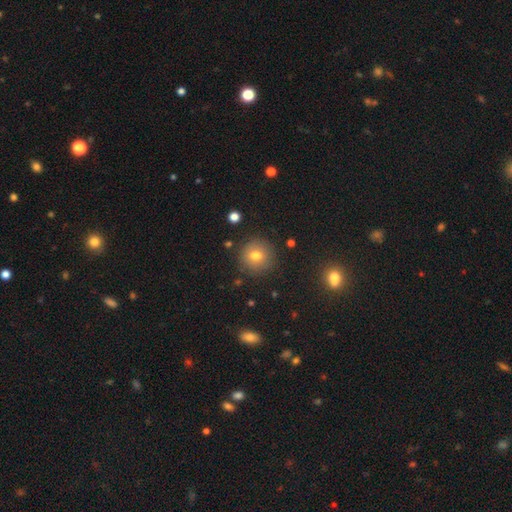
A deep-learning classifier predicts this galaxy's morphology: smooth-or-featured: smooth: 73% | star or artifact: 14% | featured or disk: 13%
  how-rounded: round: 94% | in between: 6% | cigar-shaped: 1%
  merging: none: 87% | minor disturbance: 8% | major disturbance: 3% | merger: 2%